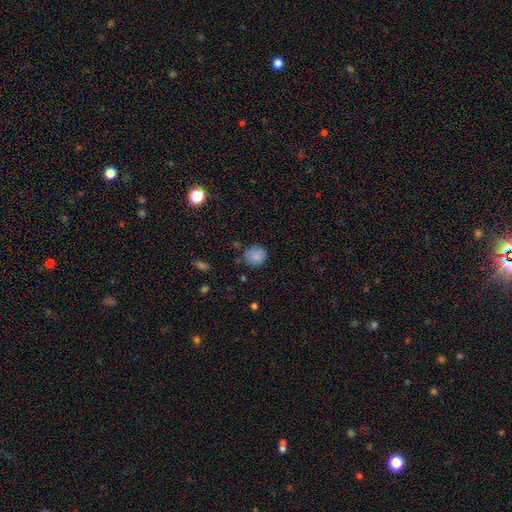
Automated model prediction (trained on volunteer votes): Smooth or featured? smooth (85%)
How rounded? round (88%)
Merging? none (77%)